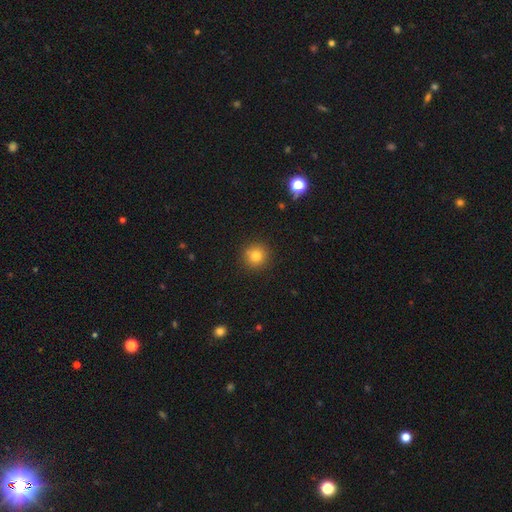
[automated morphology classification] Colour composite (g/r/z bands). It shows a smooth galaxy with no disk features (81%) that is round (94%). Merging: none (90%).